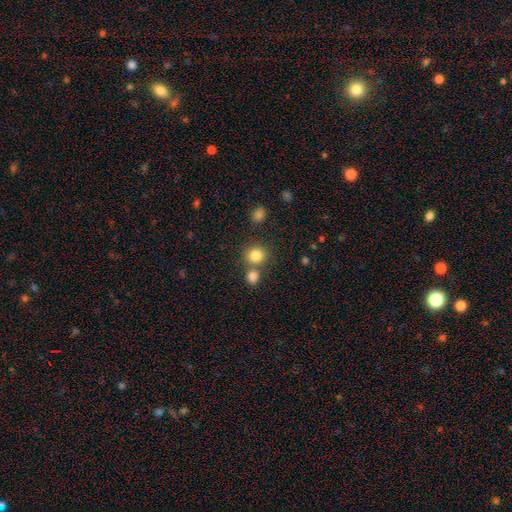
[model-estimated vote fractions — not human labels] Overall: smooth (82%). How rounded: round (86%). Merging: none (64%; merger 25%).